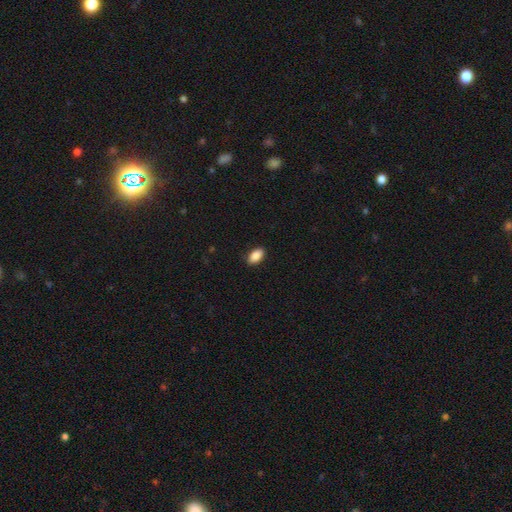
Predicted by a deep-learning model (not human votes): smooth_or_featured: smooth (p=0.88) [alt: star or artifact p=0.07]
how_rounded: in between (p=0.92) [alt: cigar-shaped p=0.04]
merging: none (p=0.89) [alt: minor disturbance p=0.08]